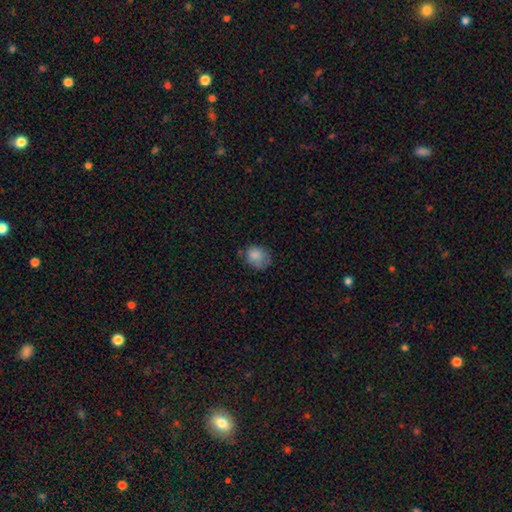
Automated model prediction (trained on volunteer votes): smooth-or-featured: smooth: 80% | featured or disk: 10% | star or artifact: 10%
  how-rounded: round: 57% | in between: 42% | cigar-shaped: 1%
  merging: none: 54% | minor disturbance: 30% | major disturbance: 13% | merger: 3%